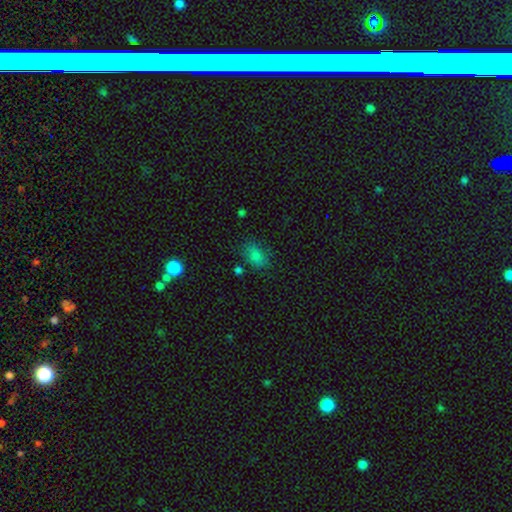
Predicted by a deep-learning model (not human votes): smooth 80%, star or artifact 13%, featured or disk 7%. Down the decision tree: how rounded — in between (82%); merging — none (72%).